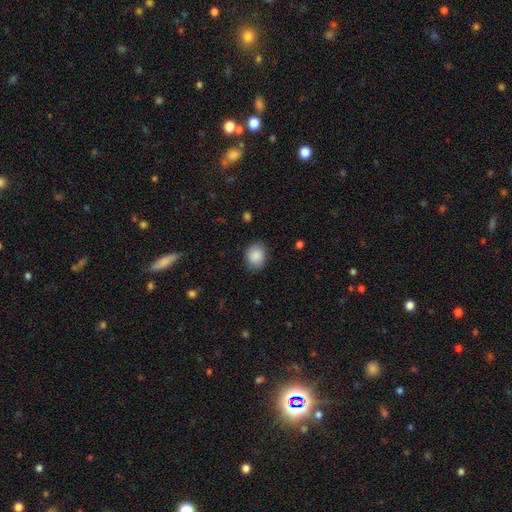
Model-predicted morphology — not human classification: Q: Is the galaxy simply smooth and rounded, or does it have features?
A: smooth — 89%.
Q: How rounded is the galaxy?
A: in between — 52%.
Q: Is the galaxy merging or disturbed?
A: none — 85%.